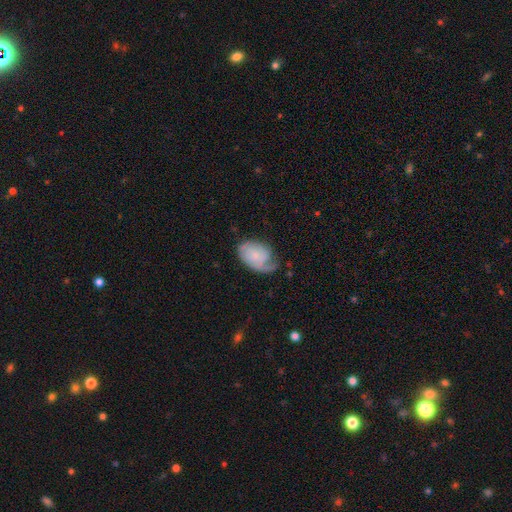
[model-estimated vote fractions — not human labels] This is possibly a featured or disk galaxy (49%). Merging: marginally none (38%).